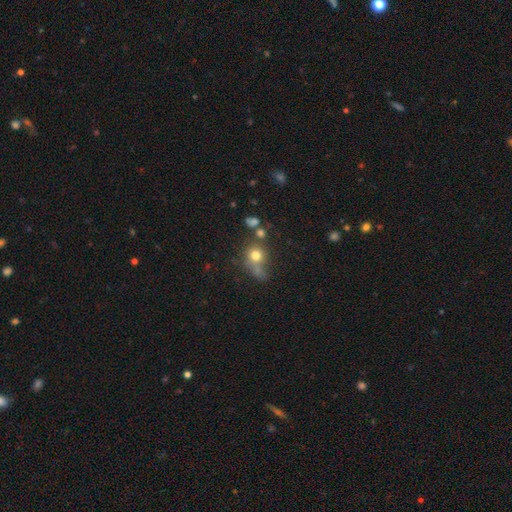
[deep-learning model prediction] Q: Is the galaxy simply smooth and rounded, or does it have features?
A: smooth — 72%.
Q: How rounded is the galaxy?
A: round — 81%.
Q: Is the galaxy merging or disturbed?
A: none — 45%.